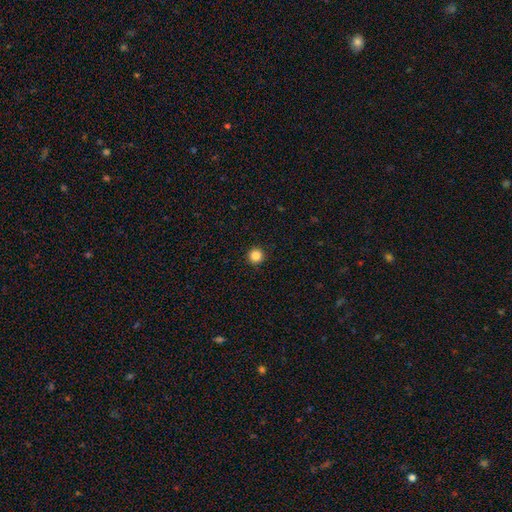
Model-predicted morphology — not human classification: Smooth or featured? Predicted: smooth (p=0.85). How rounded? Predicted: round (p=0.96). Merging? Predicted: none (p=0.93).